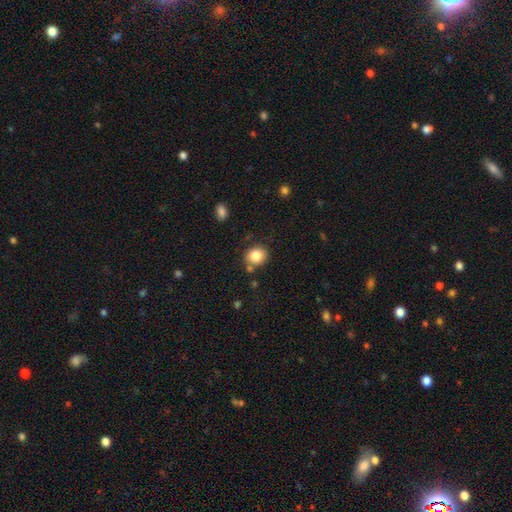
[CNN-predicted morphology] Smooth or featured? Predicted: smooth (p=0.84). How rounded? Predicted: round (p=0.71). Merging? Predicted: none (p=0.76).